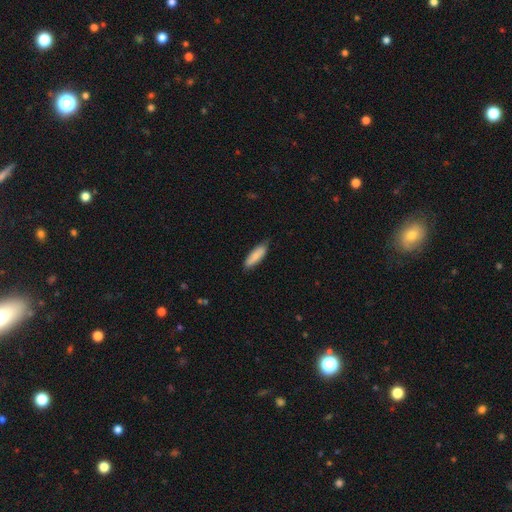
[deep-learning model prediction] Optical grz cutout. It shows a smooth galaxy with no disk features (85%) that is cigar-shaped (54%). Merging: none (79%).